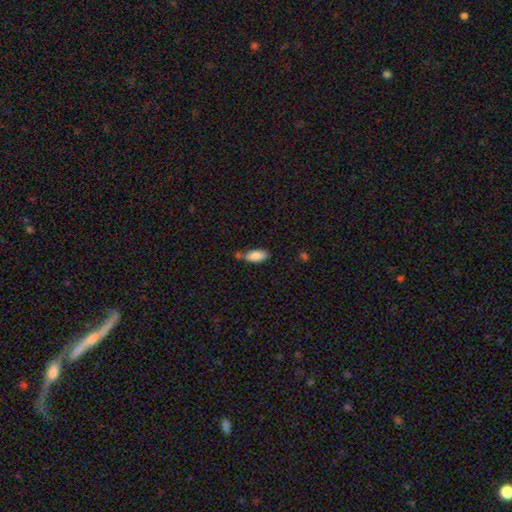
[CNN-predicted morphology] This appears to be a smooth galaxy with no disk features (86%) that is in between round and cigar-shaped (86%). Merging: none (52%).